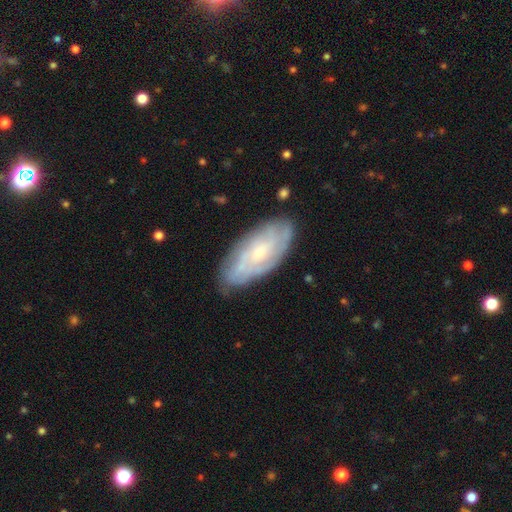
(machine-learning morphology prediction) Smooth or featured?
  - featured or disk: 67% *
  - smooth: 25%
  - star or artifact: 8%
Edge-on disk?
  - no: 89% *
  - yes: 11%
Bar?
  - no: 69% *
  - weak: 26%
  - strong: 5%
Spiral arms?
  - yes: 88% *
  - no: 12%
Spiral winding?
  - tight: 68% *
  - medium: 25%
  - loose: 7%
Spiral arm count?
  - can't tell: 53% *
  - 2: 13%
  - 4: 12%
  - 3: 12%
  - more than 4: 6%
  - 1: 4%
Bulge size?
  - small: 62% *
  - moderate: 30%
  - none: 4%
  - large: 2%
  - dominant: 1%
Merging?
  - none: 81% *
  - minor disturbance: 15%
  - major disturbance: 3%
  - merger: 1%